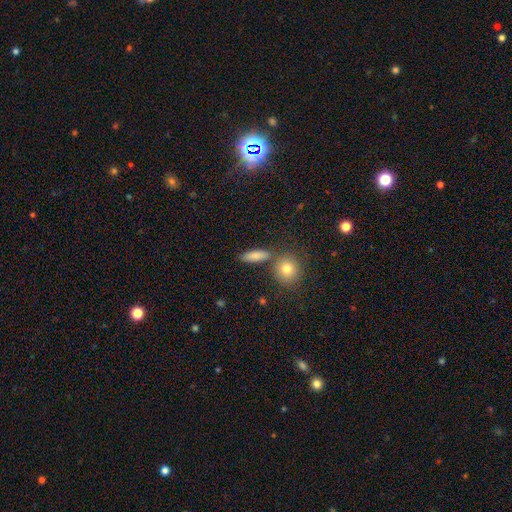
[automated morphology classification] type=smooth (80%); roundness=in between (50%); merging=none (75%).